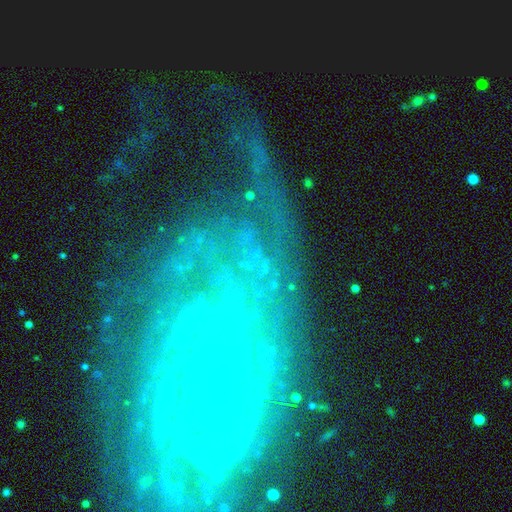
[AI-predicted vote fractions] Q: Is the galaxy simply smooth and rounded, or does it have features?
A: featured or disk — 64%.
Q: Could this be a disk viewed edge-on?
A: no — 92%.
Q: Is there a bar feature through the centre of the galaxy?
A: no — 66%.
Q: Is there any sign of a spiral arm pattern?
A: yes — 75%.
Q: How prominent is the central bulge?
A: small — 52%.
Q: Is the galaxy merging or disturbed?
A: none — 58%.